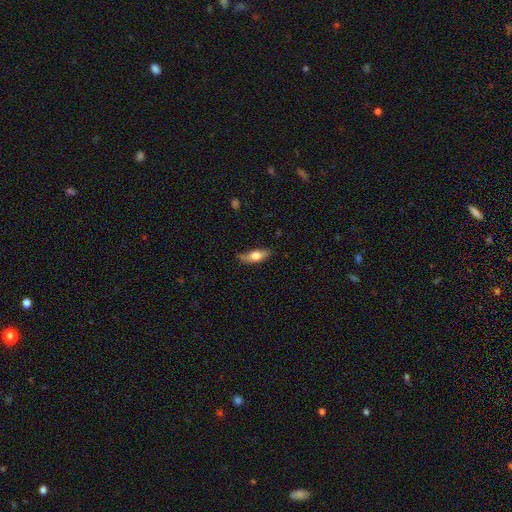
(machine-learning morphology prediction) smooth 70%, featured or disk 23%, star or artifact 6%. Down the decision tree: how rounded — in between (73%); merging — none (59%).